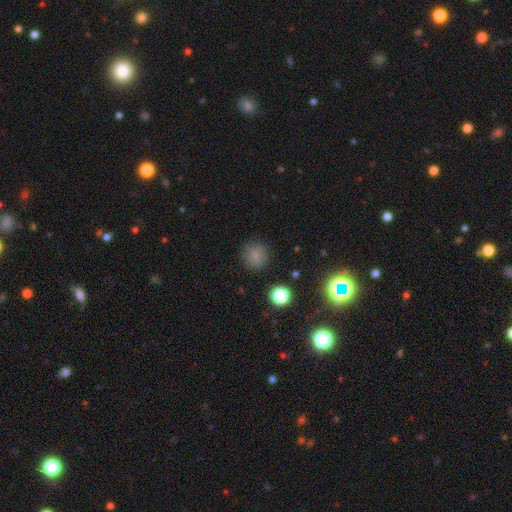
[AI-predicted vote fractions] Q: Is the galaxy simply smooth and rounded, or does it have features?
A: smooth — 80%.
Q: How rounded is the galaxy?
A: round — 93%.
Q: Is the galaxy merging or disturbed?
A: none — 87%.